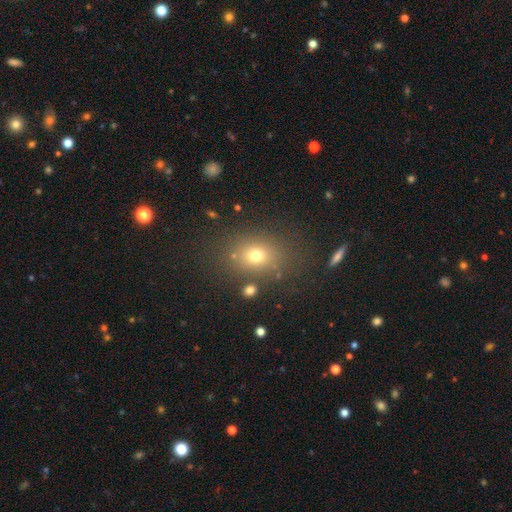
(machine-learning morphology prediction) This appears to be a smooth galaxy with no disk features (71%) that is in between round and cigar-shaped (53%). Merging: none (78%).